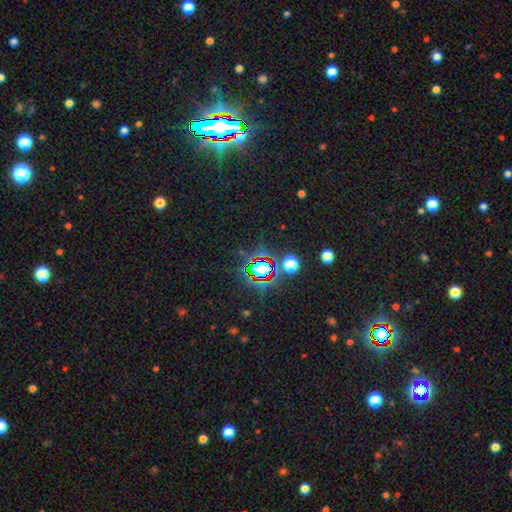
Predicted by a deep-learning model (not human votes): This appears to be a star or artifact, not a galaxy (83%).